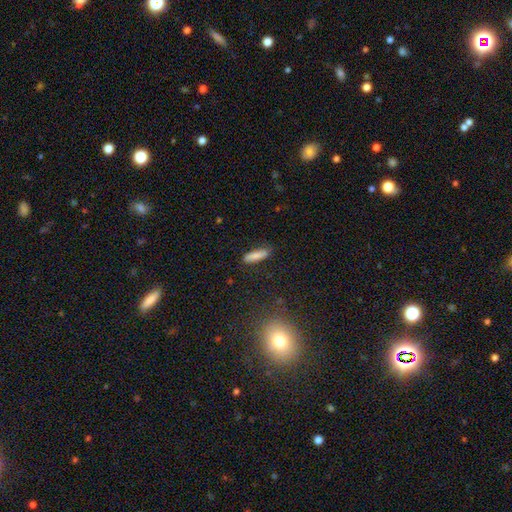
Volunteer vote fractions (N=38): Volunteers were most divided on "how rounded": cigar-shaped: 50%, in between: 47%, round: 3%. More confident: merging — none (89%); smooth or featured — smooth (79%).